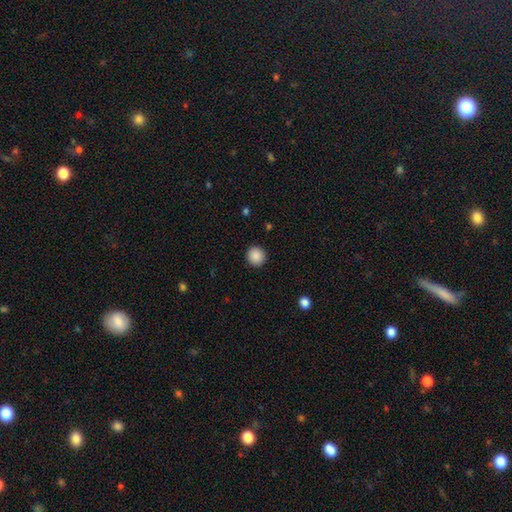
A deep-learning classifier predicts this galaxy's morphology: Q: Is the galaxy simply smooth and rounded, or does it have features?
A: smooth — 89%.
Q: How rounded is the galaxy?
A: round — 94%.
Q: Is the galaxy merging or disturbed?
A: none — 92%.